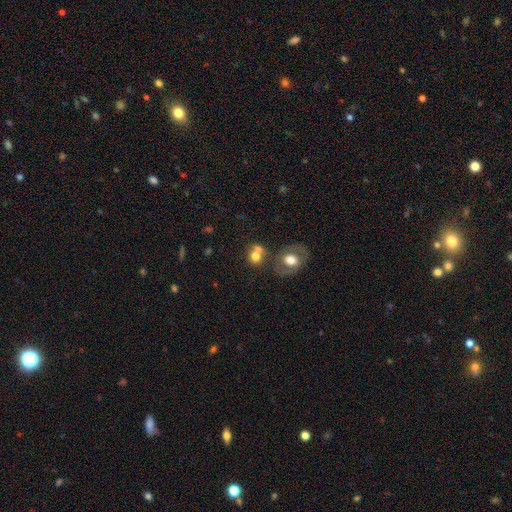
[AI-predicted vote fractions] smooth-or-featured: smooth: 71% | featured or disk: 18% | star or artifact: 11%
  how-rounded: round: 75% | in between: 23% | cigar-shaped: 1%
  merging: none: 45% | merger: 40% | minor disturbance: 10% | major disturbance: 5%